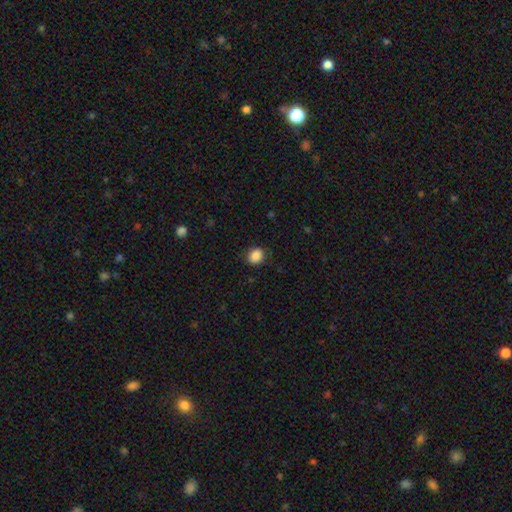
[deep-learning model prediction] This is clearly a smooth galaxy (88%). How rounded: possibly round (57%). Merging: clearly none (84%).